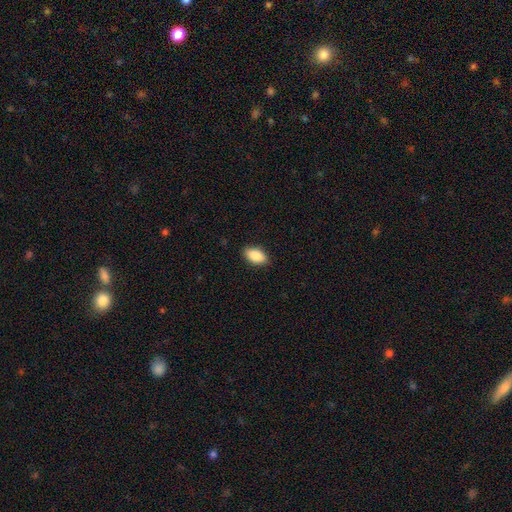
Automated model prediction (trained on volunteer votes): smooth_or_featured: smooth (p=0.88) [alt: star or artifact p=0.07]
how_rounded: in between (p=0.92) [alt: round p=0.04]
merging: none (p=0.88) [alt: minor disturbance p=0.09]